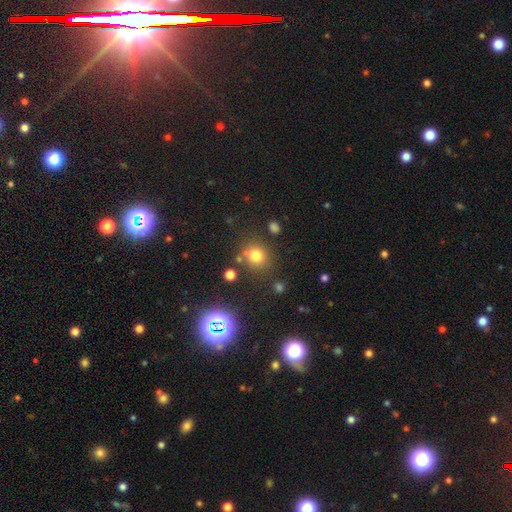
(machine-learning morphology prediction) smooth_or_featured: smooth (p=0.73) [alt: star or artifact p=0.19]
how_rounded: round (p=0.80) [alt: in between p=0.19]
merging: none (p=0.75) [alt: minor disturbance p=0.12]